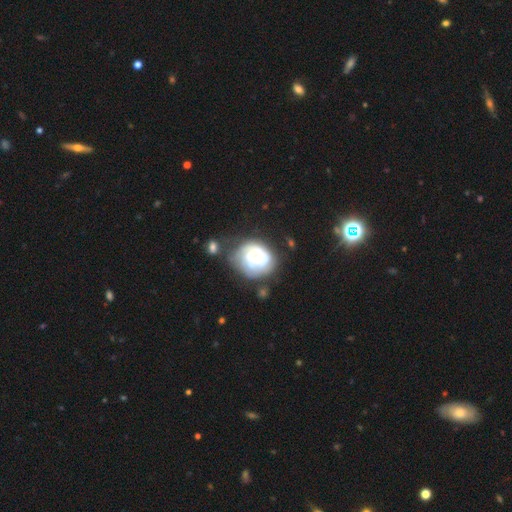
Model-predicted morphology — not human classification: A featured or disk galaxy (65%) with no bar (79%), tight (66%) spiral arms (80%) and a small central bulge (45%, tied with moderate).

Vote fractions:
- Smooth or featured? featured or disk: 65% / smooth: 28% / star or artifact: 7%
- Edge-on disk? no: 97% / yes: 3%
- Bar? no: 79% / weak: 18% / strong: 3%
- Spiral arms? yes: 80% / no: 20%
- Spiral winding? tight: 66% / medium: 25% / loose: 9%
- Spiral arm count? can't tell: 44% / 2: 22% / 3: 18% / 4: 7% / 1: 6% / more than 4: 4%
- Bulge size? small: 45% (tied) / moderate: 45% (tied) / large: 6% / none: 2% / dominant: 2%
- Merging? none: 52% / minor disturbance: 25% / major disturbance: 15% / merger: 8%